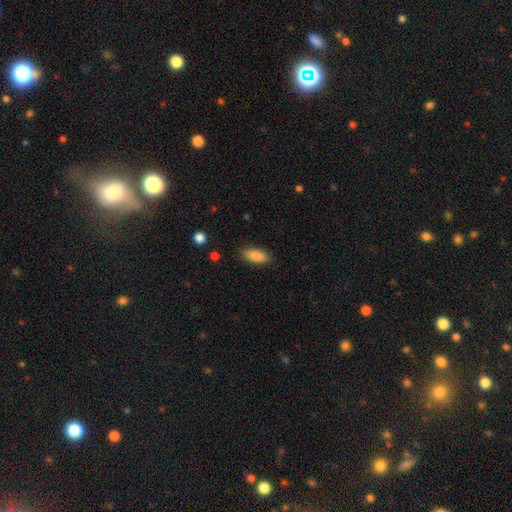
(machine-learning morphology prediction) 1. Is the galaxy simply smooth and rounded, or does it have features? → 88% smooth, 7% star or artifact, 5% featured or disk.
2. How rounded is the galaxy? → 81% in between, 16% cigar-shaped, 2% round.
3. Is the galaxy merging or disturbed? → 86% none, 10% minor disturbance, 3% major disturbance, 1% merger.